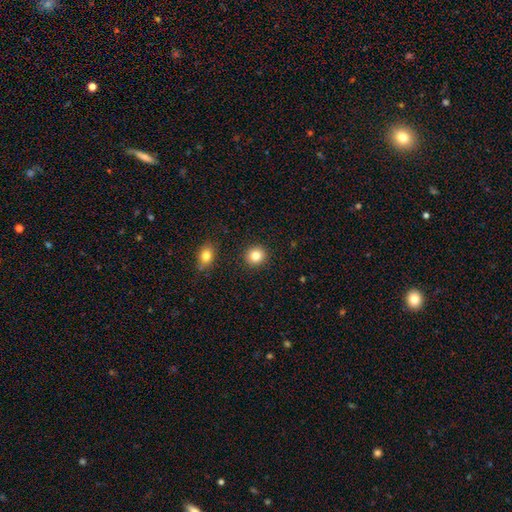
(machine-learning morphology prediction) A smooth galaxy with no disk features (84%) that is round (88%).

Vote fractions:
- Smooth or featured? smooth: 84% / star or artifact: 10% / featured or disk: 6%
- How rounded? round: 88% / in between: 11% / cigar-shaped: 1%
- Merging? none: 91% / minor disturbance: 5% / major disturbance: 2% / merger: 2%